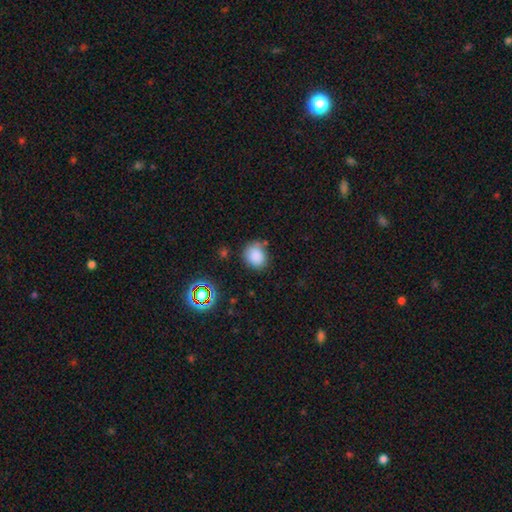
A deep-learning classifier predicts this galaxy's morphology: A smooth galaxy with no disk features (83%) that is round (64%). Merging: none (71%).